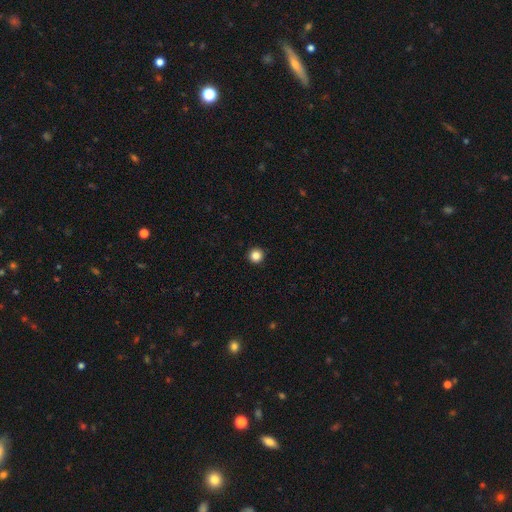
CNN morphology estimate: smooth 85%, star or artifact 11%, featured or disk 4%. Down the decision tree: how rounded — round (97%); merging — none (94%).